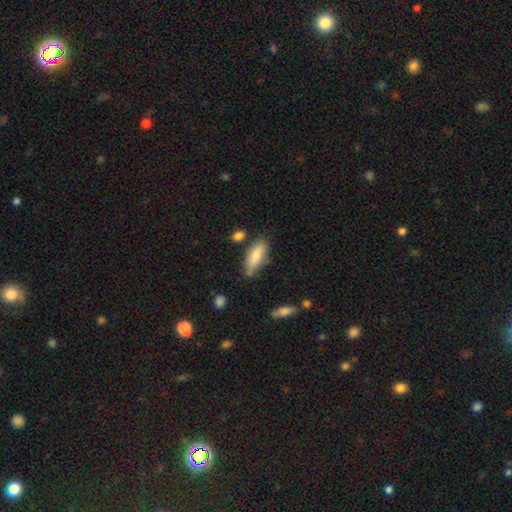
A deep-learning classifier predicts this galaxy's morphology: This is clearly a smooth galaxy (81%). How rounded: likely in between (71%). Merging: likely none (69%).